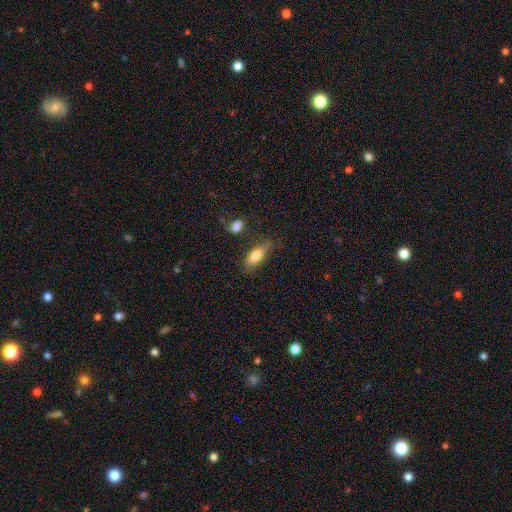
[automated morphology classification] Smooth or featured? Predicted: smooth (p=0.80). How rounded? Predicted: in between (p=0.78). Merging? Predicted: none (p=0.66).